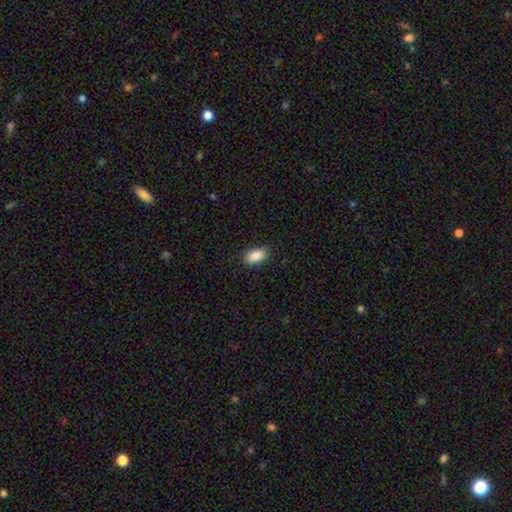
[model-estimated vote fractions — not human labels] This appears to be a smooth galaxy with no disk features (90%) that is in between round and cigar-shaped (94%). Merging: none (89%).